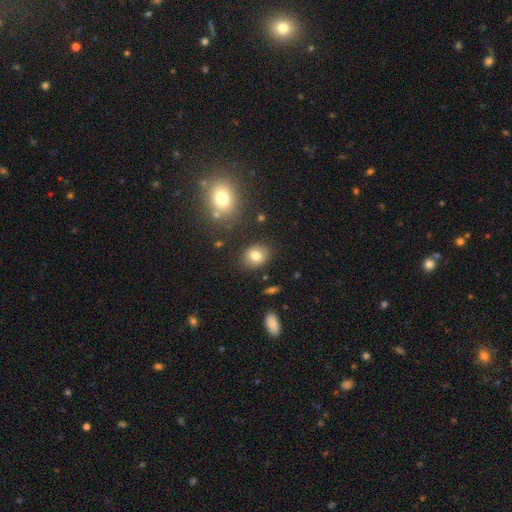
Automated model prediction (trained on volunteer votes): Smooth or featured: smooth — 79% (star or artifact — 10%)
How rounded: round — 52% (in between — 47%)
Merging: none — 84% (minor disturbance — 10%)